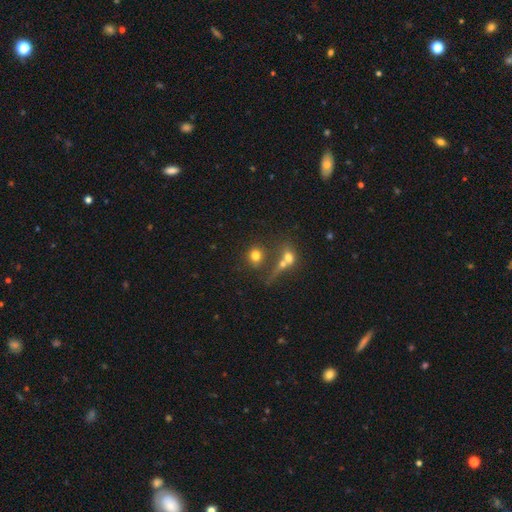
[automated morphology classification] Smooth or featured? smooth (75%)
How rounded? round (75%)
Merging? none (54%)